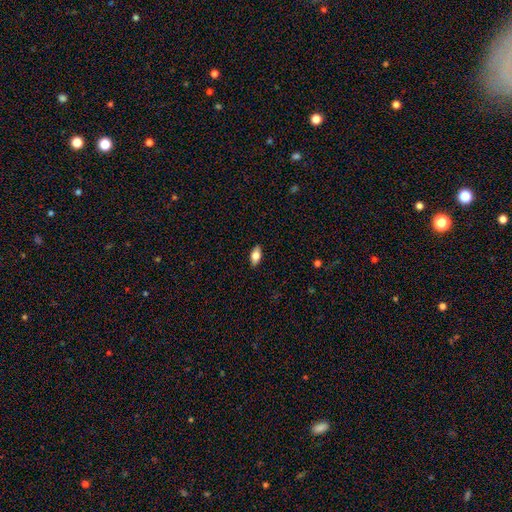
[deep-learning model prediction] Smooth or featured? smooth (76%)
How rounded? in between (89%)
Merging? none (88%)